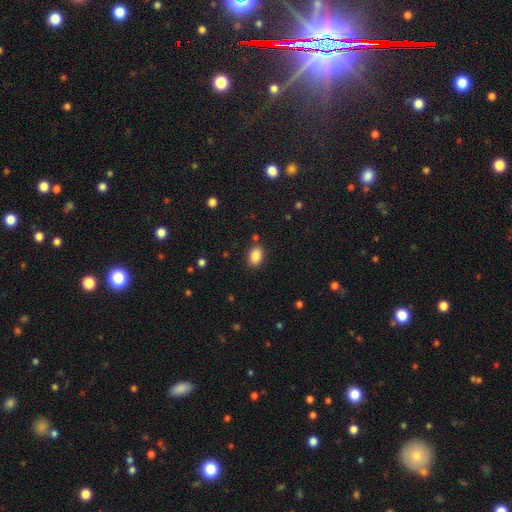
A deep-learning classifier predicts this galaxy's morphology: A smooth galaxy with no disk features (87%) that is in between round and cigar-shaped (79%). Merging: none (84%).